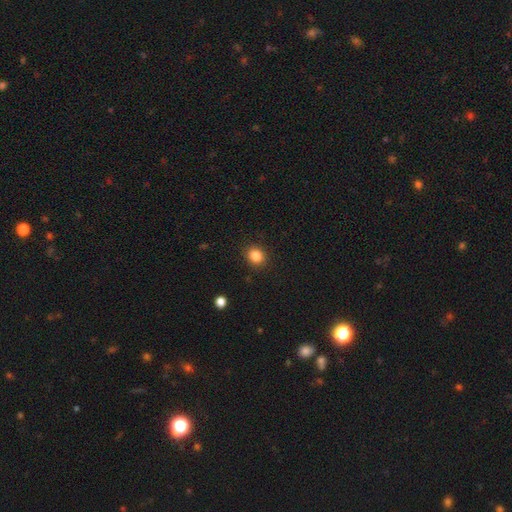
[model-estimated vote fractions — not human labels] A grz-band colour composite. It shows a smooth galaxy with no disk features (84%) that is round (73%). Merging: none (90%).